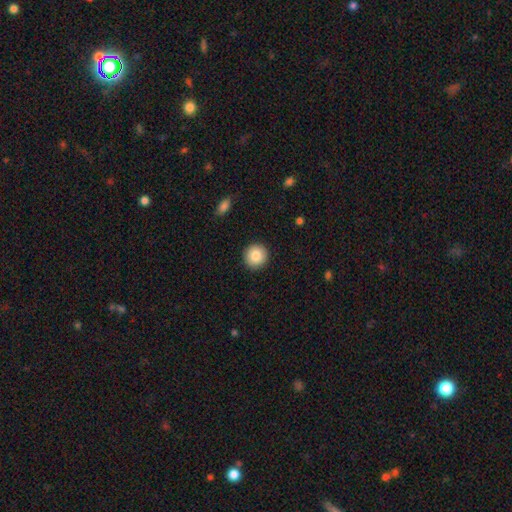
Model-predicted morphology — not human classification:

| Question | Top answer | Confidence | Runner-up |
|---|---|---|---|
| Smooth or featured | smooth | 84% | star or artifact (8%) |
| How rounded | round | 94% | in between (5%) |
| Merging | none | 92% | minor disturbance (6%) |